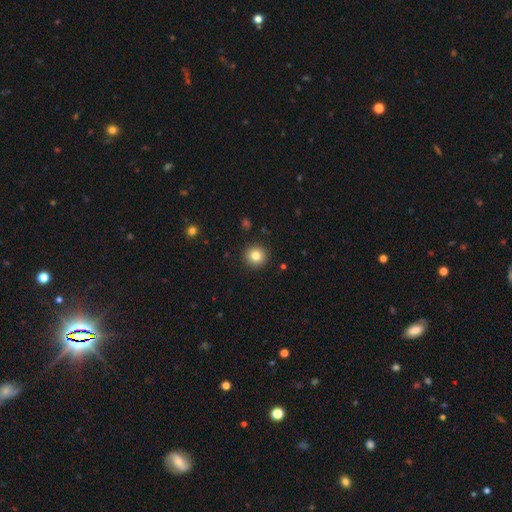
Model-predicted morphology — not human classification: The model was most divided on "smooth or featured": smooth: 82%, star or artifact: 11%, featured or disk: 8%. More confident: how rounded — round (94%); merging — none (92%).